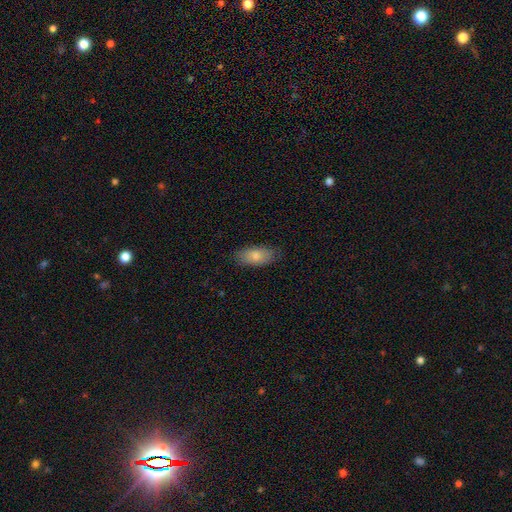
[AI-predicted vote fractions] smooth_or_featured: smooth (p=0.80) [alt: featured or disk p=0.13]
how_rounded: in between (p=0.89) [alt: cigar-shaped p=0.08]
merging: none (p=0.84) [alt: minor disturbance p=0.12]